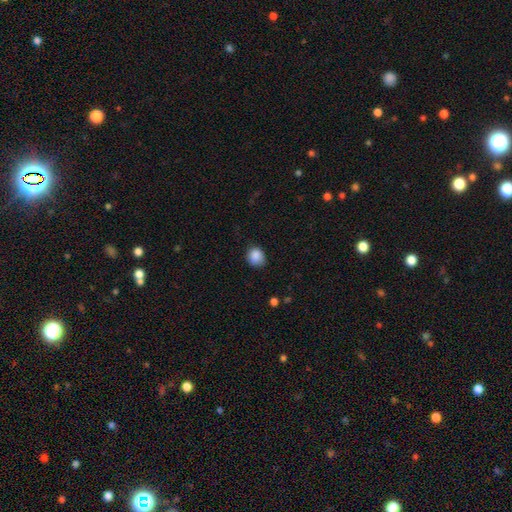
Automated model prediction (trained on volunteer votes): smooth_or_featured: smooth (p=0.87) [alt: star or artifact p=0.09]
how_rounded: round (p=0.78) [alt: in between p=0.21]
merging: none (p=0.78) [alt: minor disturbance p=0.18]